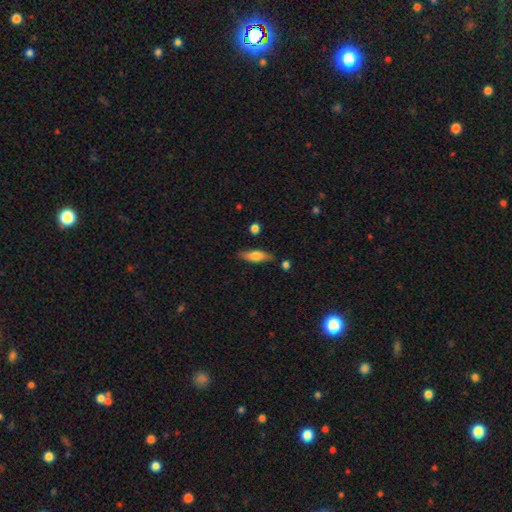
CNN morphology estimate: smooth 69%, featured or disk 25%, star or artifact 7%. Down the decision tree: how rounded — in between (55%); merging — none (78%).